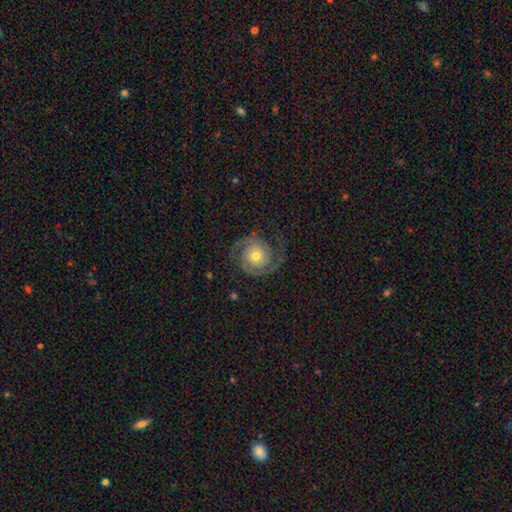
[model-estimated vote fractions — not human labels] The model was most divided on "spiral winding": tight: 47%, medium: 41%, loose: 12%. More confident: edge-on disk — no (98%); spiral arms — yes (98%); spiral arm count — 2 (92%); smooth or featured — featured or disk (88%); merging — none (79%); bar — no (78%); bulge size — moderate (62%).